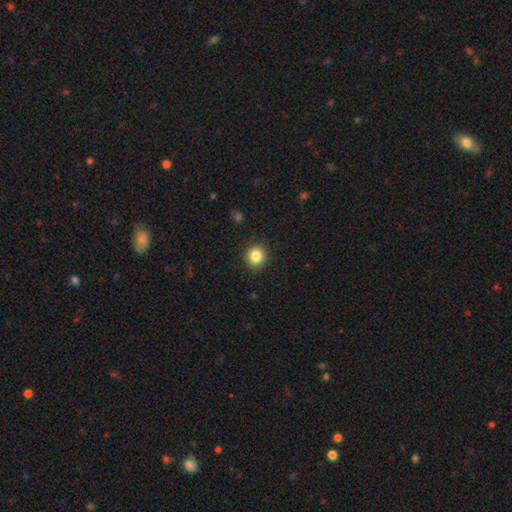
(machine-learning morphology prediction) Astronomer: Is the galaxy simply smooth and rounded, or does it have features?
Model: smooth — 85%.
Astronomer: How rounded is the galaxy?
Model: round — 88%.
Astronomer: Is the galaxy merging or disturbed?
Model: none — 90%.